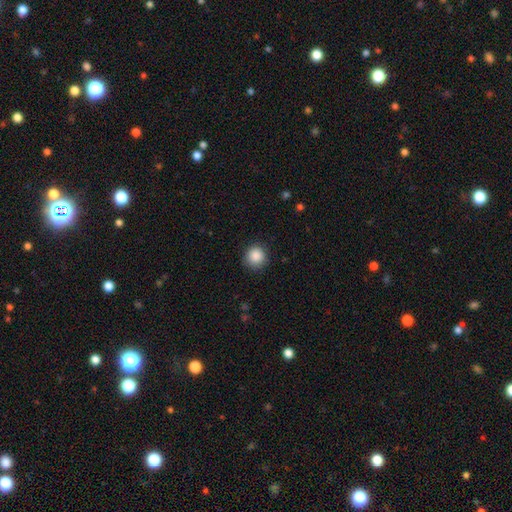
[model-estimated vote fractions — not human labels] This is clearly a smooth galaxy (88%). How rounded: clearly round (93%). Merging: clearly none (86%).